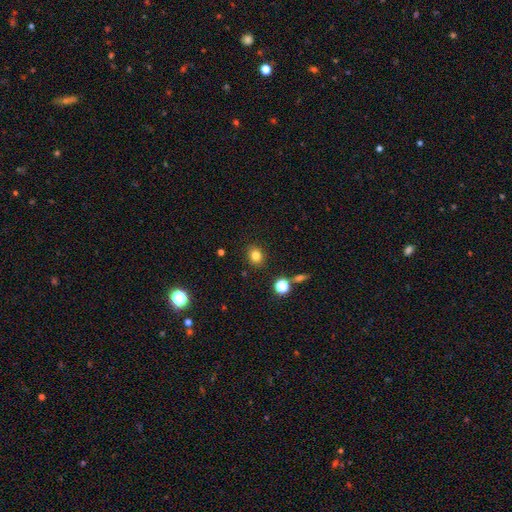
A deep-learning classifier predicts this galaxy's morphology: A smooth galaxy with no disk features (79%) that is round (63%).

Vote fractions:
- Smooth or featured? smooth: 79% / star or artifact: 14% / featured or disk: 7%
- How rounded? round: 63% / in between: 36% / cigar-shaped: 1%
- Merging? none: 87% / minor disturbance: 8% / merger: 3% / major disturbance: 2%